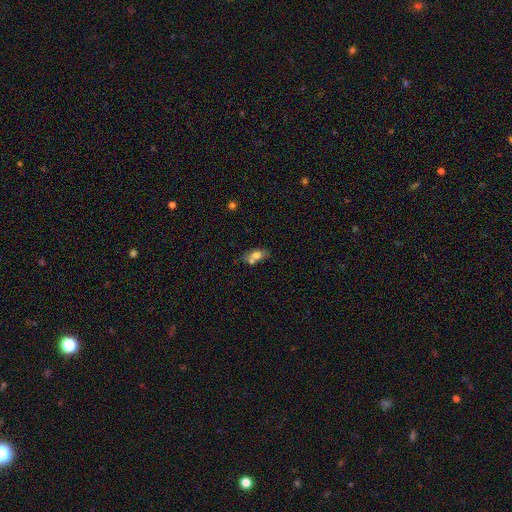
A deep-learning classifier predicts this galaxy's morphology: A smooth galaxy with no disk features (66%) that is in between round and cigar-shaped (80%).

Vote fractions:
- Smooth or featured? smooth: 66% / featured or disk: 24% / star or artifact: 10%
- How rounded? in between: 80% / round: 11% / cigar-shaped: 9%
- Merging? none: 43% / merger: 33% / minor disturbance: 16% / major disturbance: 7%